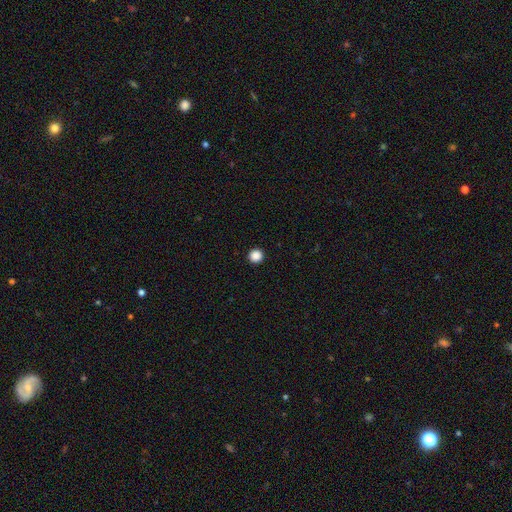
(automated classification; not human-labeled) Smooth or featured?
  - smooth: 88% *
  - star or artifact: 10%
  - featured or disk: 2%
How rounded?
  - round: 96% *
  - in between: 3%
  - cigar-shaped: 1%
Merging?
  - none: 94% *
  - minor disturbance: 3%
  - major disturbance: 1%
  - merger: 1%